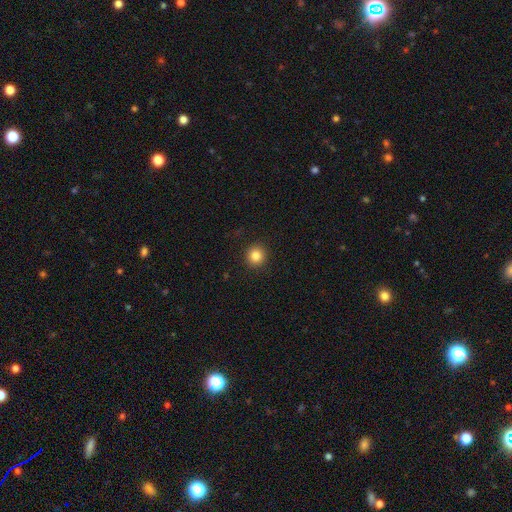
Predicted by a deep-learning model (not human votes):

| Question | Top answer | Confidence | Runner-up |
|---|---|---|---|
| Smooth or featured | smooth | 84% | star or artifact (11%) |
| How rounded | round | 93% | in between (6%) |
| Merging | none | 92% | minor disturbance (5%) |